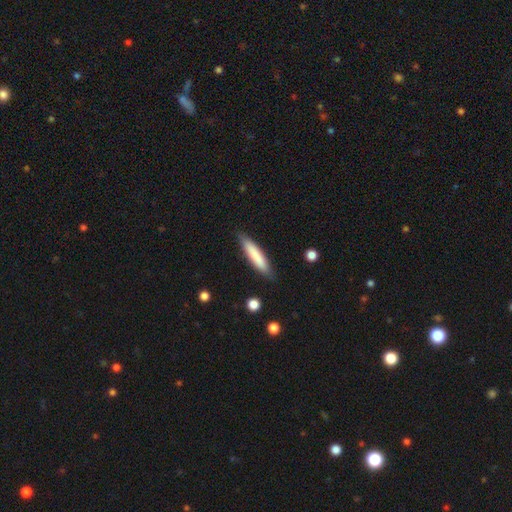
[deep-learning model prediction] Smooth or featured? Predicted: smooth (p=0.80). How rounded? Predicted: cigar-shaped (p=0.85). Merging? Predicted: none (p=0.86).